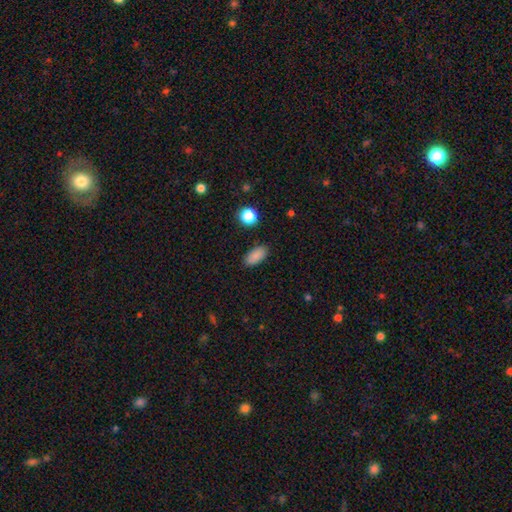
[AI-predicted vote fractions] This is clearly a smooth galaxy (86%). How rounded: clearly in between (90%). Merging: clearly none (87%).